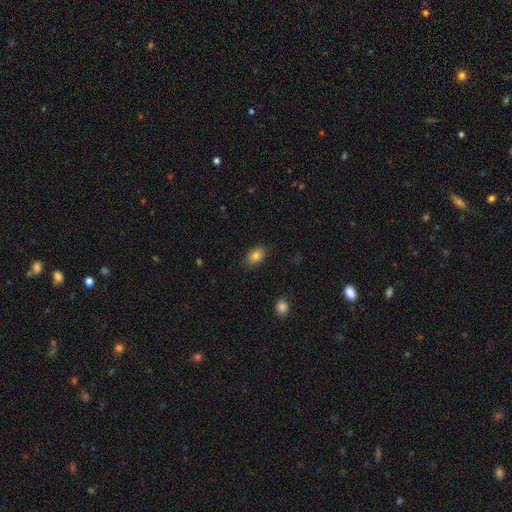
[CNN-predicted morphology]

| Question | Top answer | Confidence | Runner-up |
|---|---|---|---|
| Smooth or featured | smooth | 83% | featured or disk (8%) |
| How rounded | in between | 88% | round (10%) |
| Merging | none | 87% | minor disturbance (10%) |